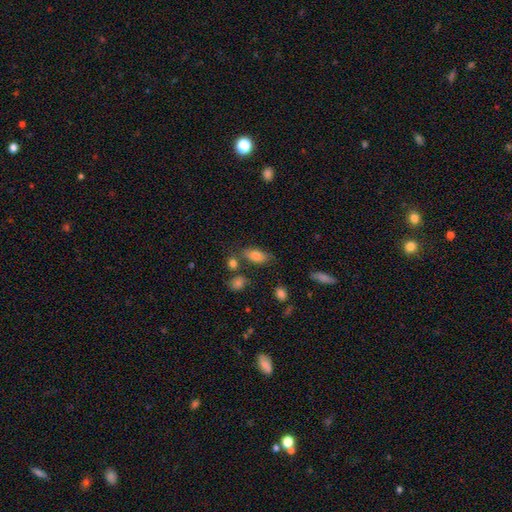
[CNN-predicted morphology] Smooth or featured?
  - smooth: 81% *
  - featured or disk: 11%
  - star or artifact: 9%
How rounded?
  - in between: 86% *
  - cigar-shaped: 9%
  - round: 6%
Merging?
  - none: 66% *
  - minor disturbance: 18%
  - merger: 10%
  - major disturbance: 5%